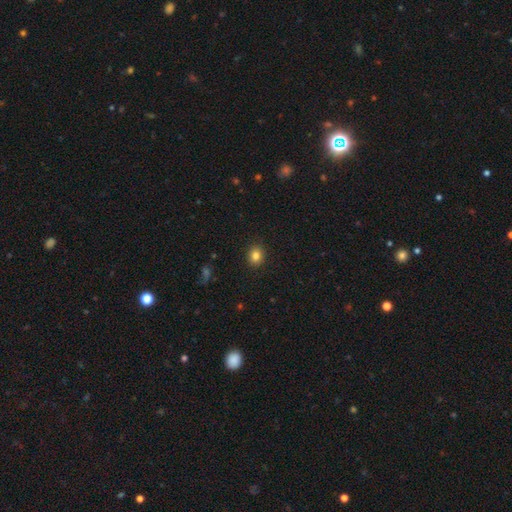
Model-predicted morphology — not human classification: smooth_or_featured: smooth (p=0.83) [alt: star or artifact p=0.11]
how_rounded: round (p=0.64) [alt: in between p=0.35]
merging: none (p=0.91) [alt: minor disturbance p=0.07]